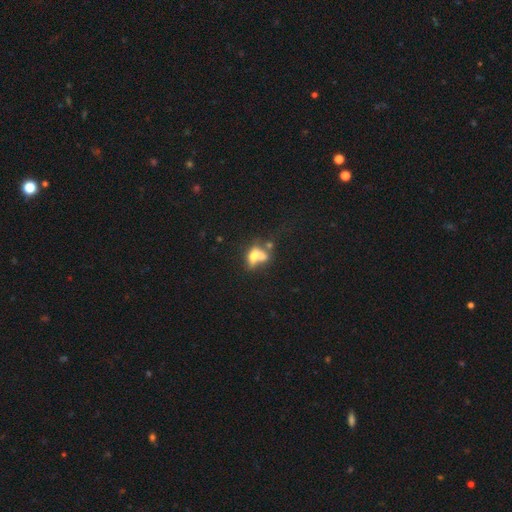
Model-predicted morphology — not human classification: Smooth or featured? smooth (55%)
How rounded? in between (67%)
Merging? merger (60%)